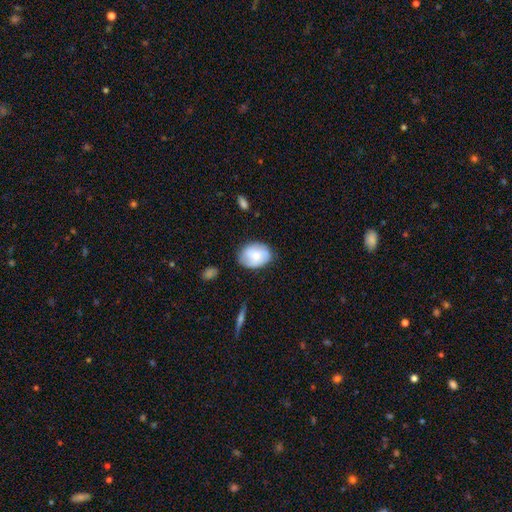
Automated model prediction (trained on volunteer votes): Smooth or featured?
  - smooth: 70% *
  - featured or disk: 22%
  - star or artifact: 7%
How rounded?
  - in between: 67% *
  - round: 32%
  - cigar-shaped: 1%
Merging?
  - none: 75% *
  - minor disturbance: 19%
  - major disturbance: 4%
  - merger: 2%